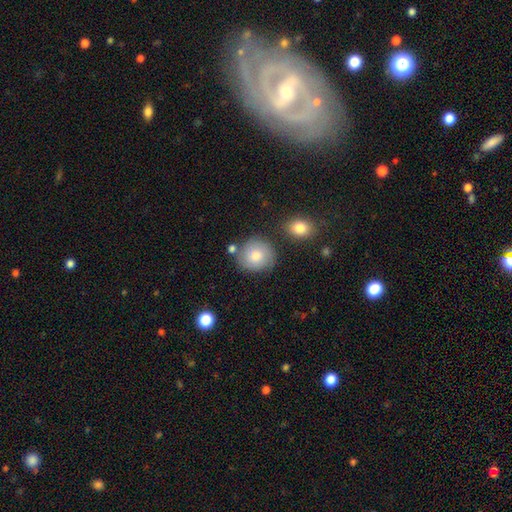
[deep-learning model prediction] Overall: smooth (76%). How rounded: round (86%). Merging: none (74%).